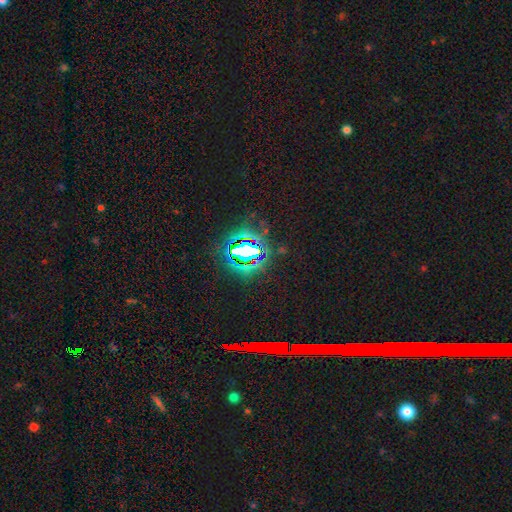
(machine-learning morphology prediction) Smooth or featured?
  - star or artifact: 82% *
  - smooth: 10%
  - featured or disk: 8%